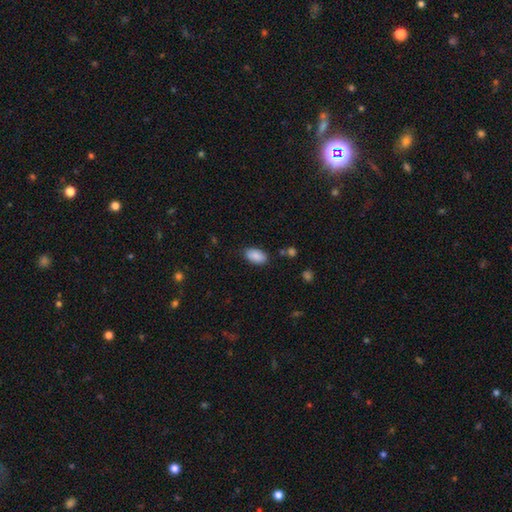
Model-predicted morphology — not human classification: type=smooth (89%); roundness=in between (94%); merging=none (83%).